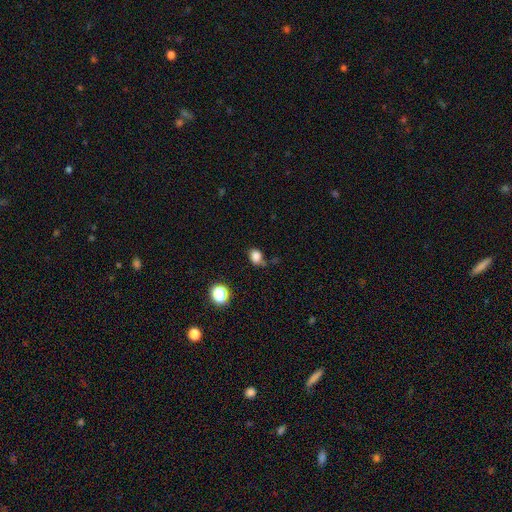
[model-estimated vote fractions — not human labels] This is clearly a smooth galaxy (81%). How rounded: possibly in between (56%). Merging: possibly none (54%).